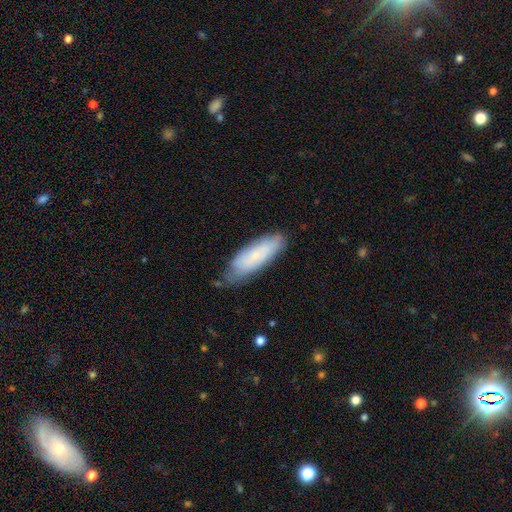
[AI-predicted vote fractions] Q: Smooth or featured?
A: smooth (63%); runner-up: featured or disk (31%)
Q: How rounded?
A: in between (56%); runner-up: cigar-shaped (42%)
Q: Merging?
A: none (66%); runner-up: minor disturbance (27%)